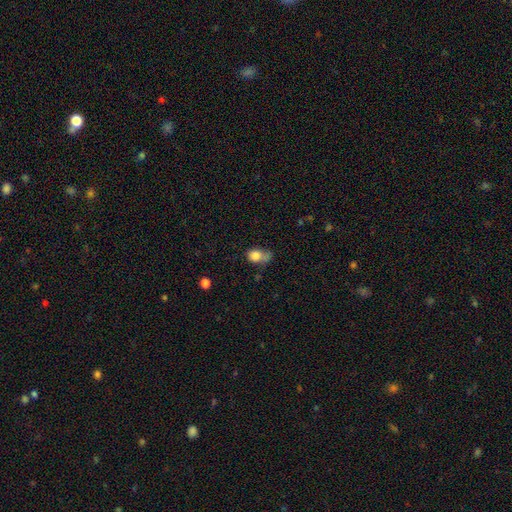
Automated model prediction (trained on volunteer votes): This is clearly a smooth galaxy (80%). How rounded: possibly in between (53%). Merging: marginally minor disturbance (29%, tied with none).